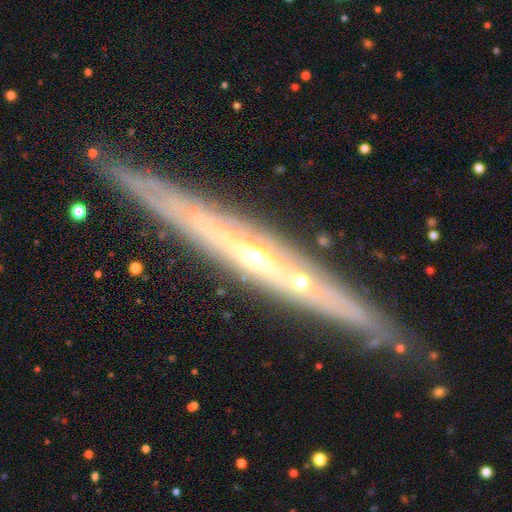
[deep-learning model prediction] This is clearly a featured or disk galaxy (81%). It is clearly viewed edge-on (91%). Edge-on bulge: possibly rounded (56%). Merging: clearly none (86%).